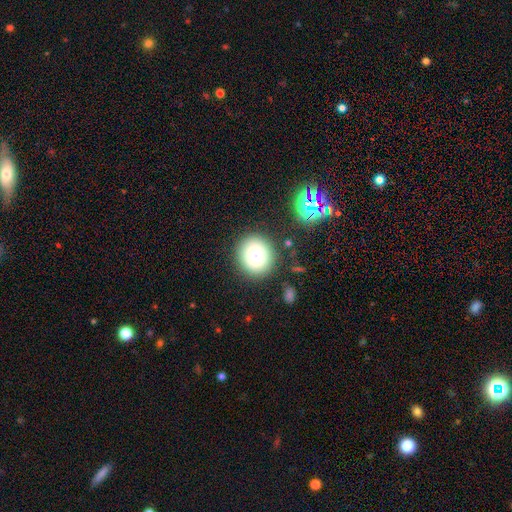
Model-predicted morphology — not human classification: Smooth or featured: smooth — 76% (star or artifact — 13%)
How rounded: round — 88% (in between — 12%)
Merging: none — 87% (minor disturbance — 8%)